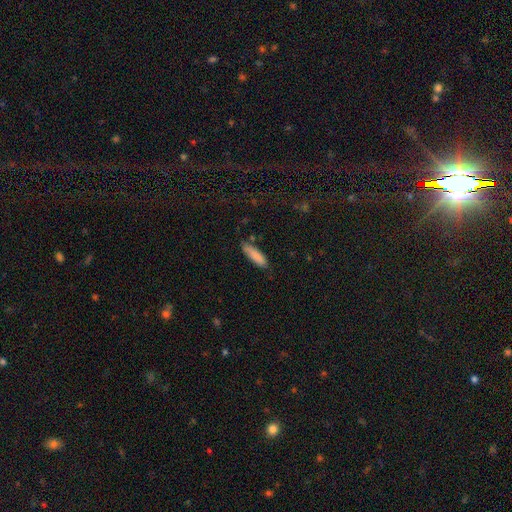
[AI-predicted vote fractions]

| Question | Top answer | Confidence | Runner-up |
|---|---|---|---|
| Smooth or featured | smooth | 86% | featured or disk (7%) |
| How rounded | cigar-shaped | 60% | in between (38%) |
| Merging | none | 74% | minor disturbance (20%) |